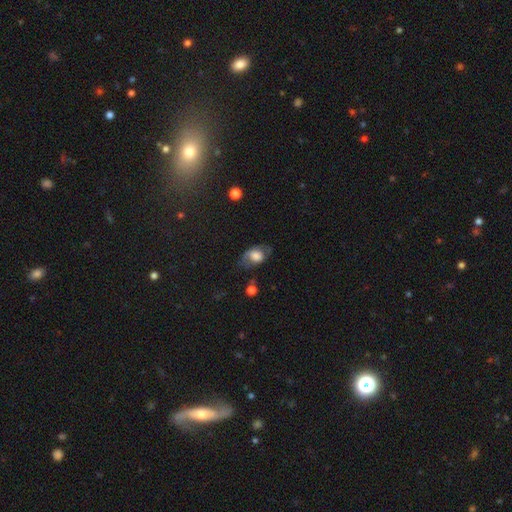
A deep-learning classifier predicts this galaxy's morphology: Q: Smooth or featured?
A: smooth (59%); runner-up: featured or disk (32%)
Q: How rounded?
A: in between (78%); runner-up: round (20%)
Q: Merging?
A: none (54%); runner-up: minor disturbance (28%)